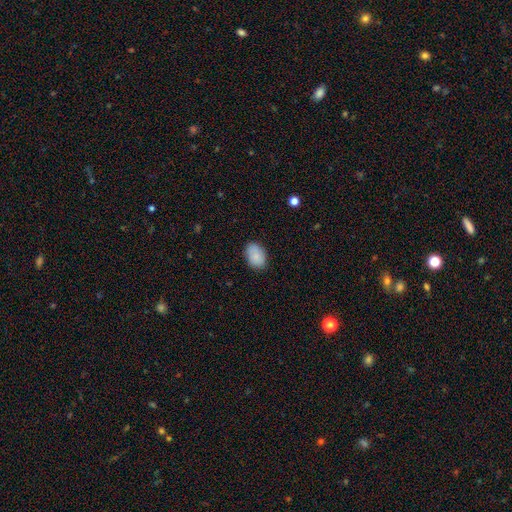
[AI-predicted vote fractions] This appears to be a smooth galaxy with no disk features (86%) that is in between round and cigar-shaped (86%). Merging: none (83%).